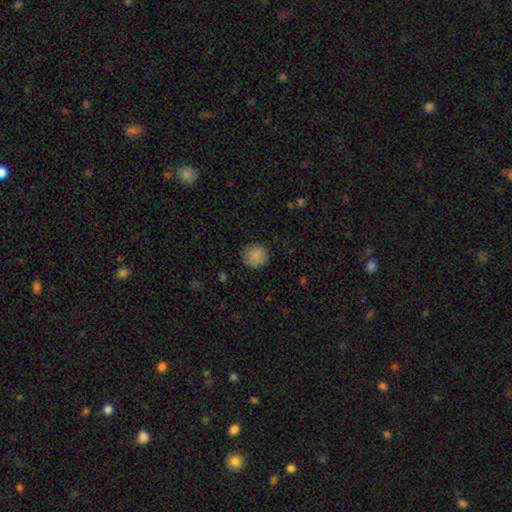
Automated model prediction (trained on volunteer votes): This appears to be a smooth galaxy with no disk features (88%) that is round (94%). Merging: none (88%).